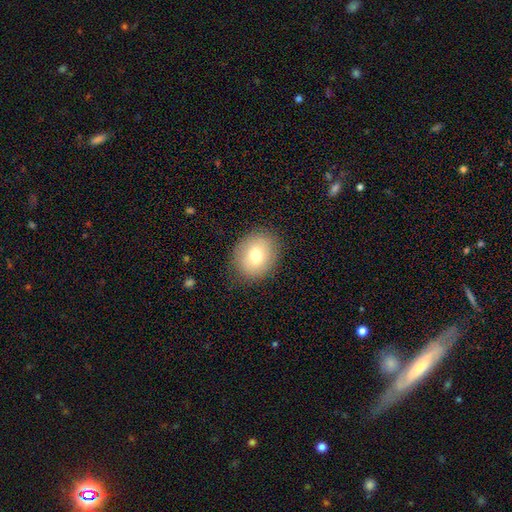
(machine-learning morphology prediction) Smooth or featured? smooth (73%)
How rounded? round (54%)
Merging? none (85%)